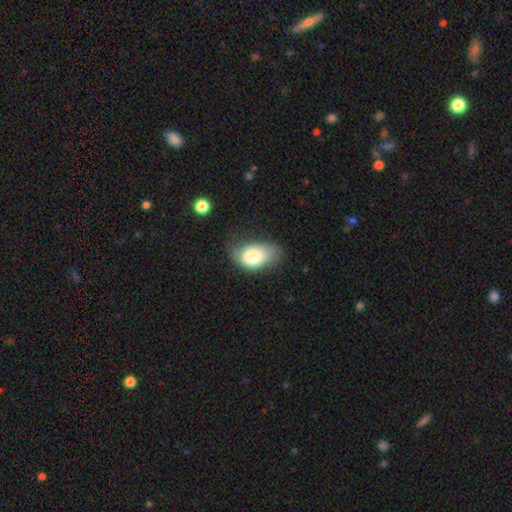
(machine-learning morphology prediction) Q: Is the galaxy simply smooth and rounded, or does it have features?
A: smooth — 77%.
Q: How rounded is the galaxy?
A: in between — 87%.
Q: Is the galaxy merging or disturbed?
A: none — 41%.